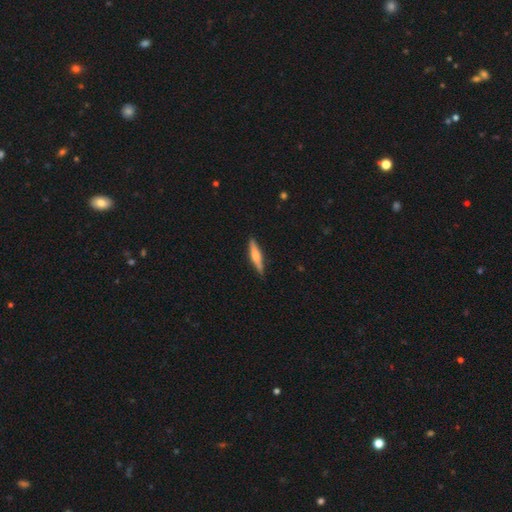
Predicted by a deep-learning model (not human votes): This appears to be a featured or disk galaxy (48%). Merging: none (86%).